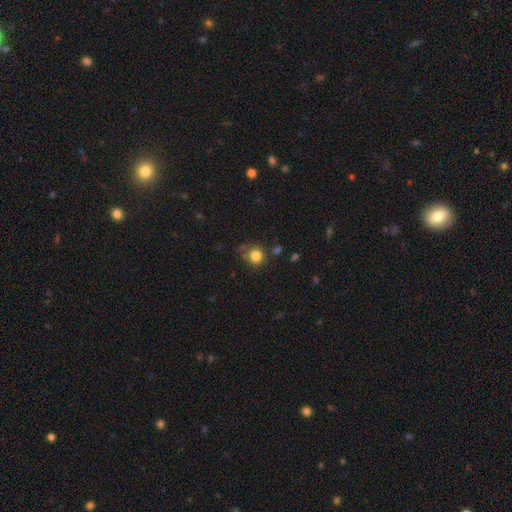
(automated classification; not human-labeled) smooth_or_featured: smooth (p=0.82) [alt: star or artifact p=0.12]
how_rounded: round (p=0.89) [alt: in between p=0.10]
merging: none (p=0.74) [alt: minor disturbance p=0.15]